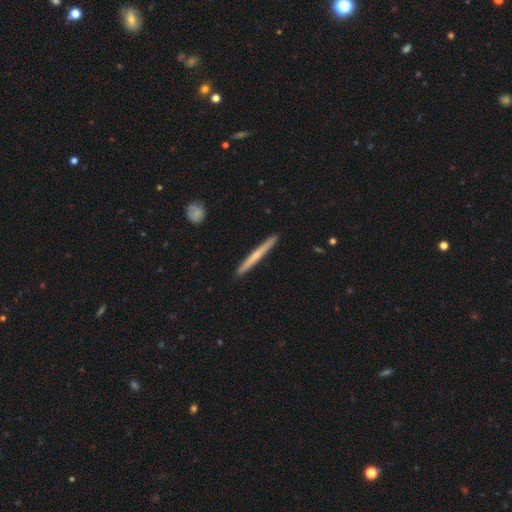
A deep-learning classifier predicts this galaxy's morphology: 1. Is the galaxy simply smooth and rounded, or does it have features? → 51% featured or disk, 44% smooth, 5% star or artifact.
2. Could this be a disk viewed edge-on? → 97% yes, 3% no.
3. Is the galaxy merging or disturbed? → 92% none, 6% minor disturbance, 1% major disturbance, 1% merger.